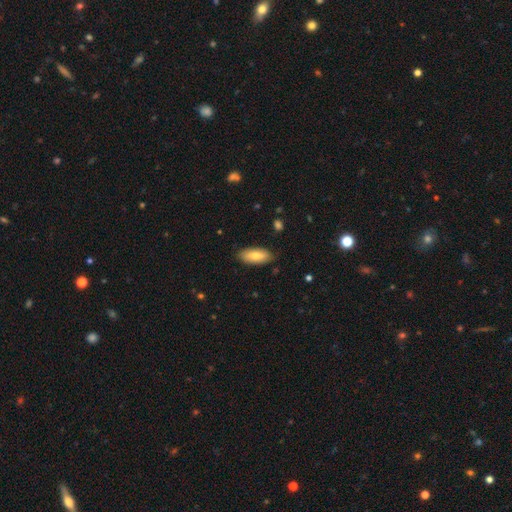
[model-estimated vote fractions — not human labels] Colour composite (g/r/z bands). It shows a smooth galaxy with no disk features (78%) that is in between round and cigar-shaped (83%). Merging: none (85%).